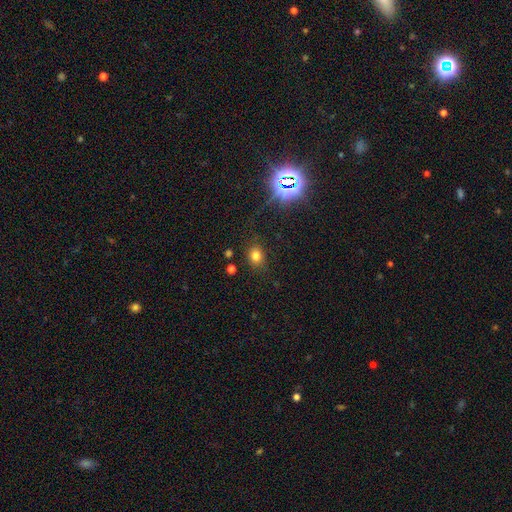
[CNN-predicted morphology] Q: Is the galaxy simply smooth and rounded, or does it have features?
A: smooth — 73%.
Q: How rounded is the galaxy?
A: round — 55%.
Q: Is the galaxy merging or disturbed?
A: none — 82%.